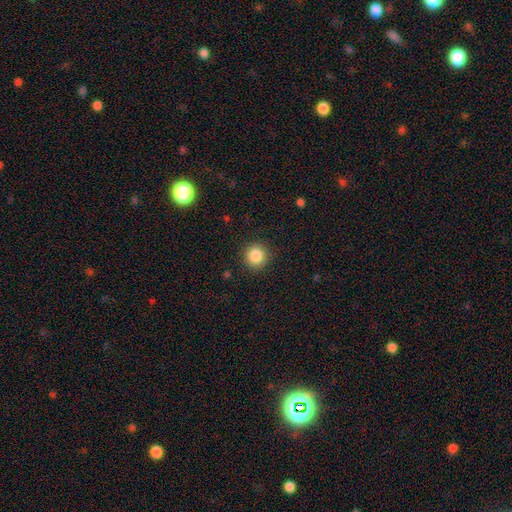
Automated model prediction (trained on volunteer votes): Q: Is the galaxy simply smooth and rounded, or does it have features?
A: smooth — 86%.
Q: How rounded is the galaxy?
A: round — 94%.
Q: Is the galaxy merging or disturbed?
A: none — 91%.